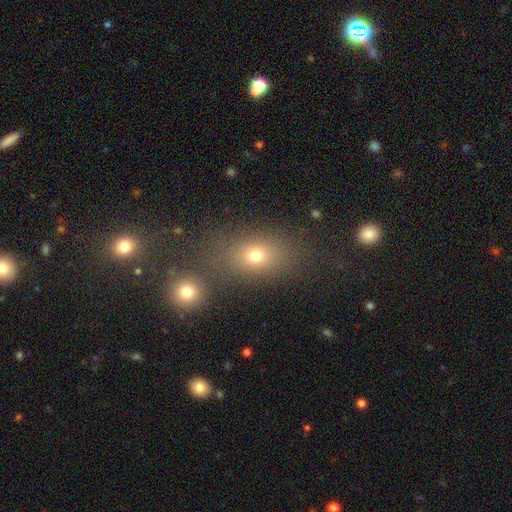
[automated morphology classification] This is likely a smooth galaxy (71%). How rounded: likely in between (62%). Merging: likely none (64%).